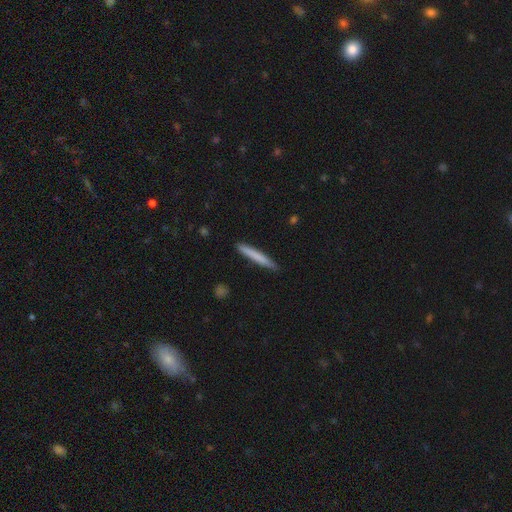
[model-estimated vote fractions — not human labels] This appears to be a smooth galaxy with no disk features (73%) that is cigar-shaped (96%). Merging: none (89%).